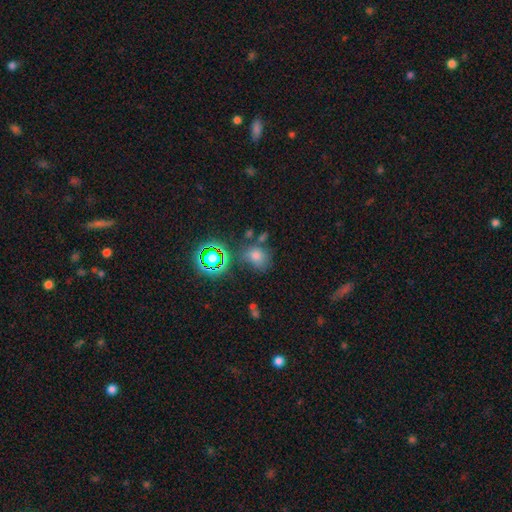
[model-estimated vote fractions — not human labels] The model was most divided on "how rounded": round: 63%, in between: 36%, cigar-shaped: 1%. More confident: merging — none (65%); smooth or featured — smooth (62%).